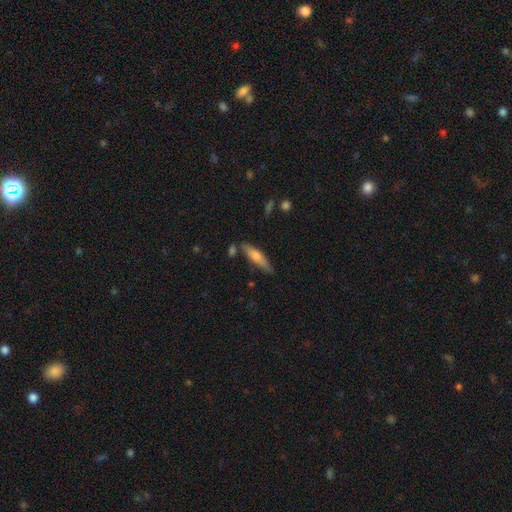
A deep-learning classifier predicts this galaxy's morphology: type=smooth (60%); roundness=cigar-shaped (74%); merging=none (74%).